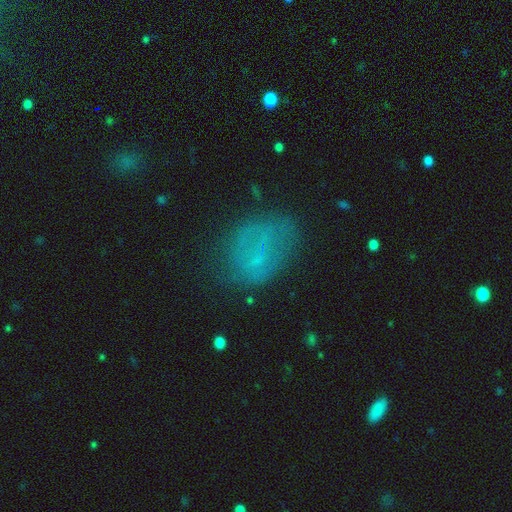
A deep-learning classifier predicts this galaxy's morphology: Smooth or featured?
  - smooth: 50% *
  - featured or disk: 31%
  - star or artifact: 19%
How rounded?
  - in between: 71% *
  - round: 27%
  - cigar-shaped: 2%
Merging?
  - none: 64% *
  - minor disturbance: 21%
  - major disturbance: 13%
  - merger: 2%